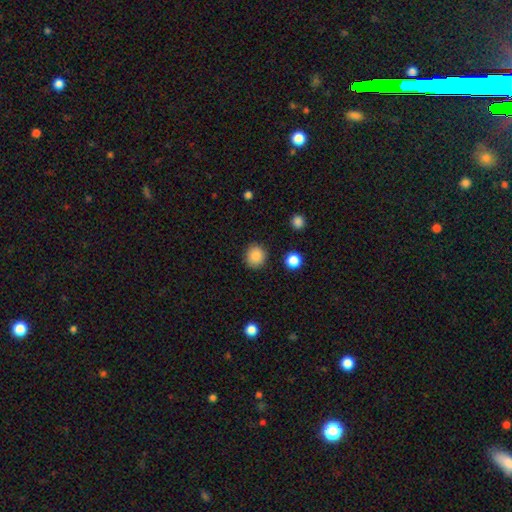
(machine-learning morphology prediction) Q: Smooth or featured?
A: smooth (88%); runner-up: star or artifact (9%)
Q: How rounded?
A: round (88%); runner-up: in between (11%)
Q: Merging?
A: none (89%); runner-up: minor disturbance (7%)